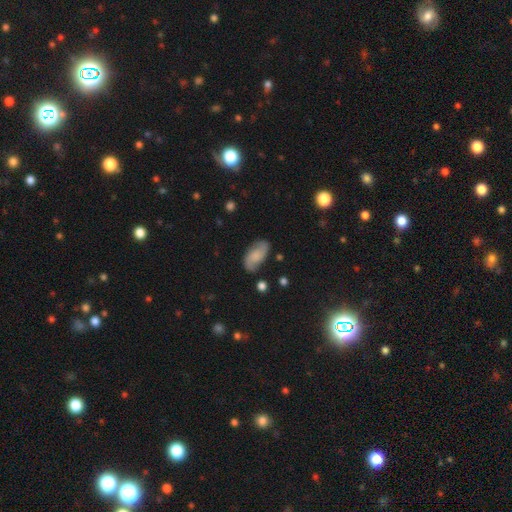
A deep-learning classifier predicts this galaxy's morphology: smooth-or-featured: featured or disk: 50% | smooth: 42% | star or artifact: 8%
  disk-edge-on: no: 94% | yes: 6%
  merging: none: 75% | minor disturbance: 18% | major disturbance: 5% | merger: 2%